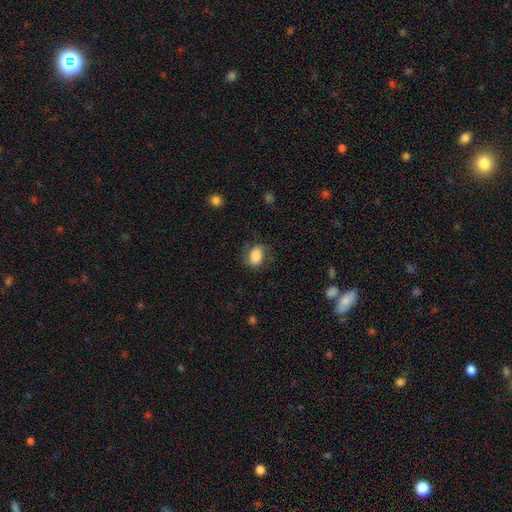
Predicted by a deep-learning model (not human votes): Q: Smooth or featured?
A: smooth (78%); runner-up: featured or disk (15%)
Q: How rounded?
A: in between (75%); runner-up: round (23%)
Q: Merging?
A: none (66%); runner-up: minor disturbance (22%)